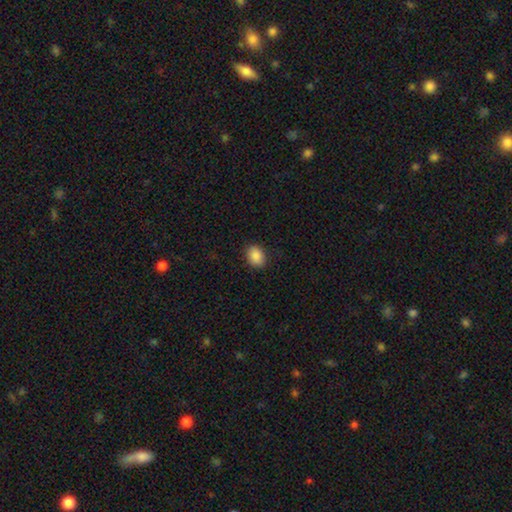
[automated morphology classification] Q: Smooth or featured?
A: smooth (88%); runner-up: star or artifact (8%)
Q: How rounded?
A: in between (71%); runner-up: round (28%)
Q: Merging?
A: none (88%); runner-up: minor disturbance (9%)